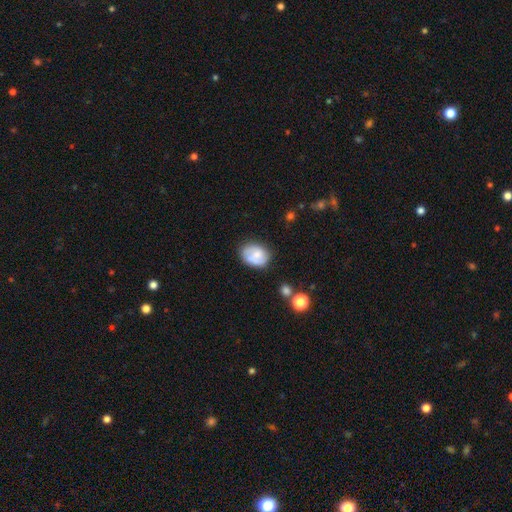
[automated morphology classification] Smooth or featured? smooth (62%)
How rounded? in between (67%)
Merging? none (59%)